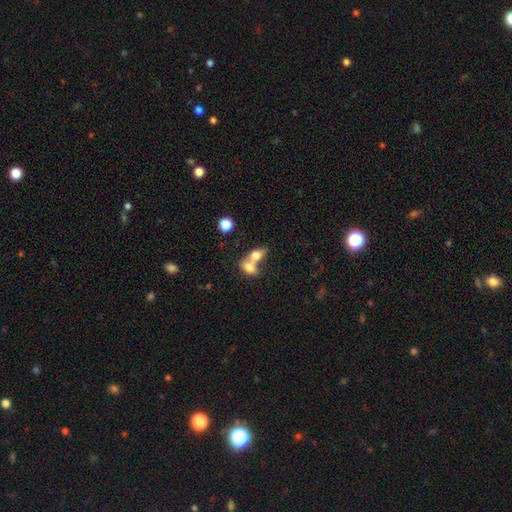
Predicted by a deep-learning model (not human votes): A smooth galaxy with no disk features (71%) that is in between round and cigar-shaped (69%). Merging: merger (76%).